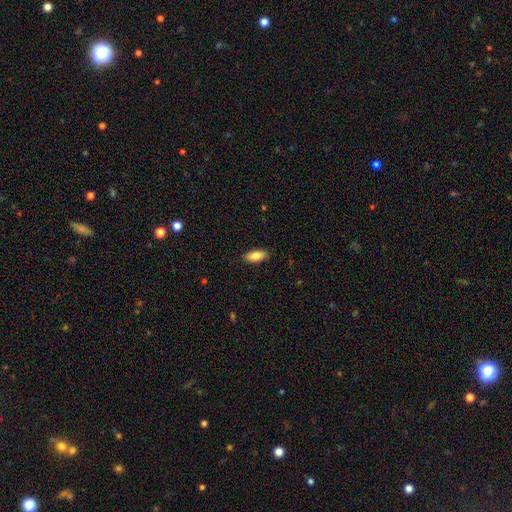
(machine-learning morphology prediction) smooth_or_featured: smooth (p=0.84) [alt: featured or disk p=0.10]
how_rounded: in between (p=0.84) [alt: cigar-shaped p=0.14]
merging: none (p=0.88) [alt: minor disturbance p=0.09]